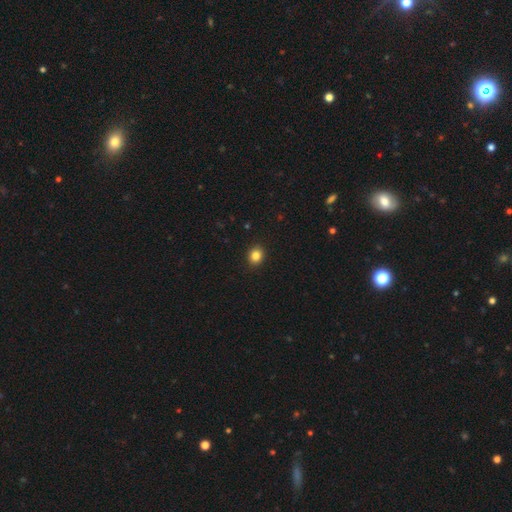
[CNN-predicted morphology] A smooth galaxy with no disk features (84%) that is round (70%). Merging: none (91%).